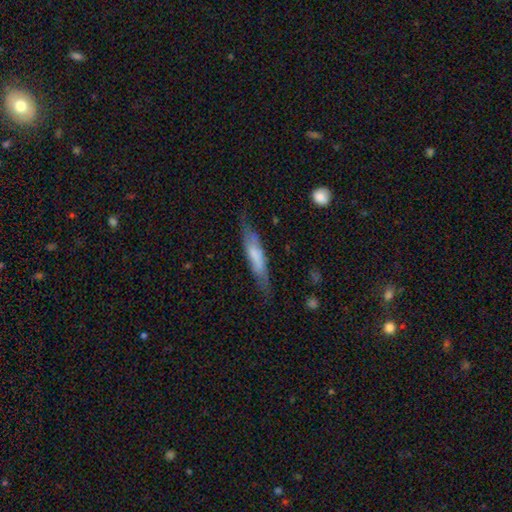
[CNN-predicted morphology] The model was most divided on "smooth or featured": smooth: 54%, featured or disk: 40%, star or artifact: 6%. More confident: how rounded — cigar-shaped (79%); merging — none (71%).